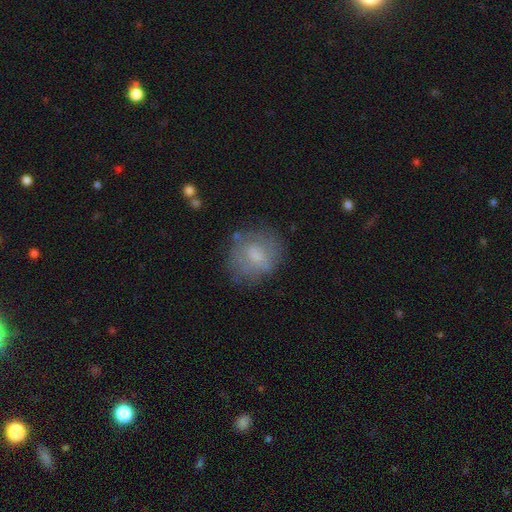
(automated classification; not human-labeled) This appears to be a smooth galaxy with no disk features (57%) that is round (68%). Merging: none (65%).